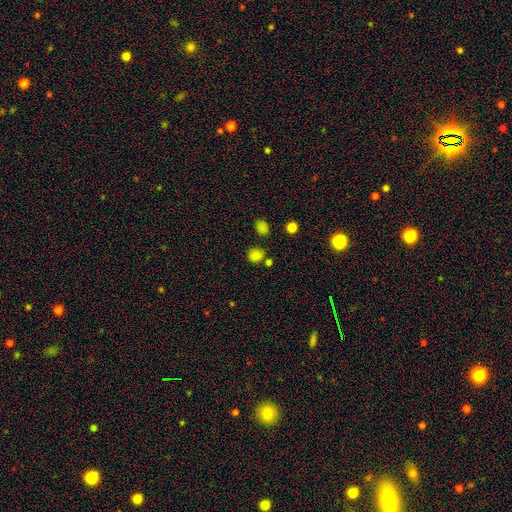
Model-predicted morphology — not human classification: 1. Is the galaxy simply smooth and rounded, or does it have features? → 74% smooth, 21% star or artifact, 5% featured or disk.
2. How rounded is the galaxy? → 68% round, 30% in between, 1% cigar-shaped.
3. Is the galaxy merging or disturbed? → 69% none, 15% minor disturbance, 11% merger, 5% major disturbance.